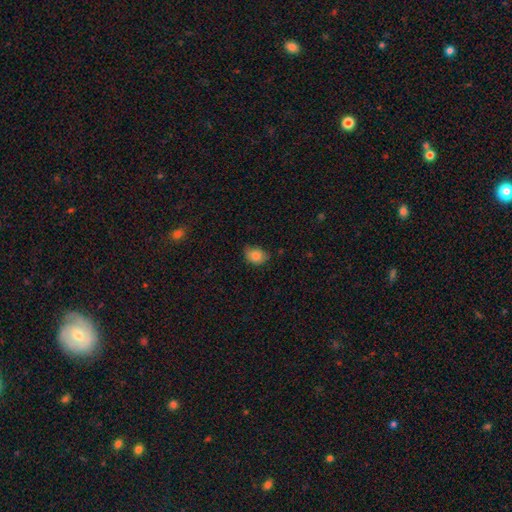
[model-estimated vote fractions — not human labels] Morphology: type=smooth (84%); roundness=in between (63%); merging=none (67%).